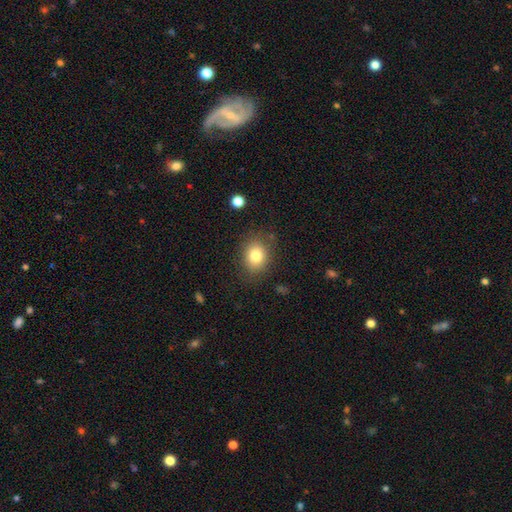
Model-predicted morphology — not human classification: A smooth galaxy with no disk features (81%) that is round (55%).

Vote fractions:
- Smooth or featured? smooth: 81% / star or artifact: 10% / featured or disk: 9%
- How rounded? round: 55% / in between: 45% / cigar-shaped: 1%
- Merging? none: 81% / minor disturbance: 13% / major disturbance: 4% / merger: 2%